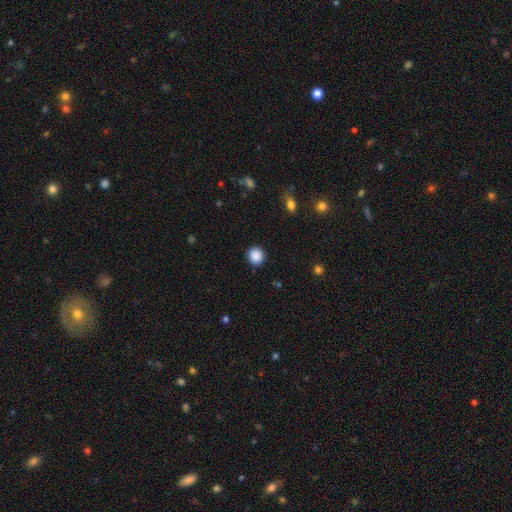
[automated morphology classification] The model was most divided on "smooth or featured": smooth: 88%, star or artifact: 10%, featured or disk: 3%. More confident: merging — none (90%); how rounded — round (90%).